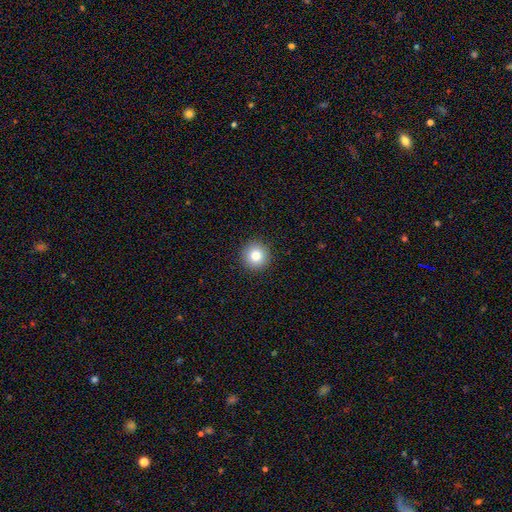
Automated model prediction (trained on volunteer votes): smooth 82%, star or artifact 11%, featured or disk 7%. Down the decision tree: how rounded — round (96%); merging — none (93%).